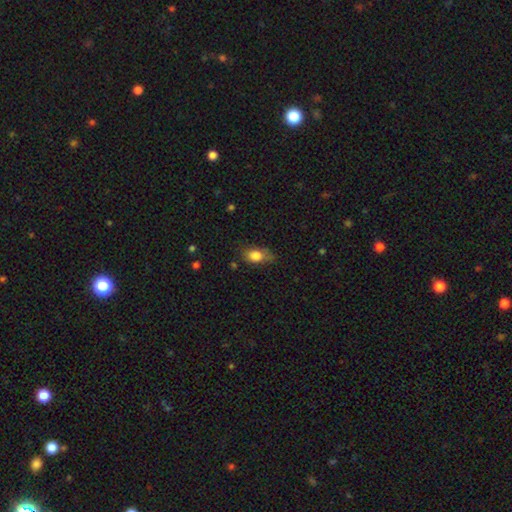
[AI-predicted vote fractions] Smooth or featured? smooth (80%)
How rounded? in between (81%)
Merging? none (53%)